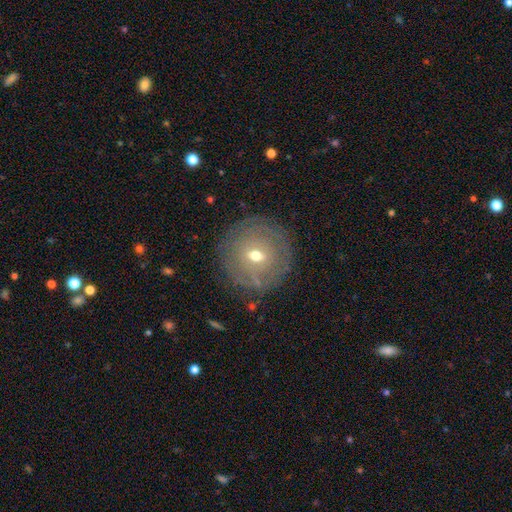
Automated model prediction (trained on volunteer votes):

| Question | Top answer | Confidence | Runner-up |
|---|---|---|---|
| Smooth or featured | featured or disk | 47% | smooth (43%) |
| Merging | none | 83% | minor disturbance (11%) |